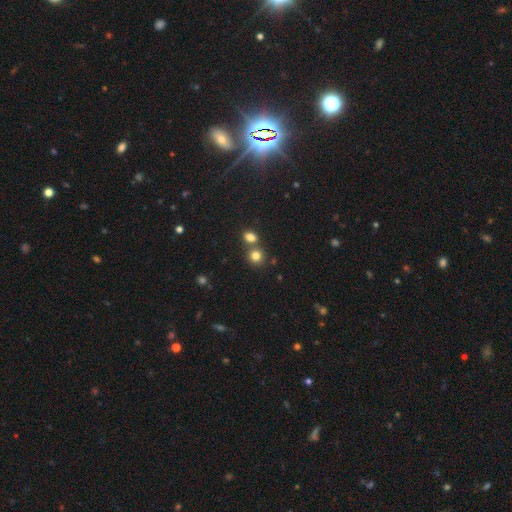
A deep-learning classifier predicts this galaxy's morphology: Overall: smooth (80%). How rounded: round (84%). Merging: none (57%; merger 34%).